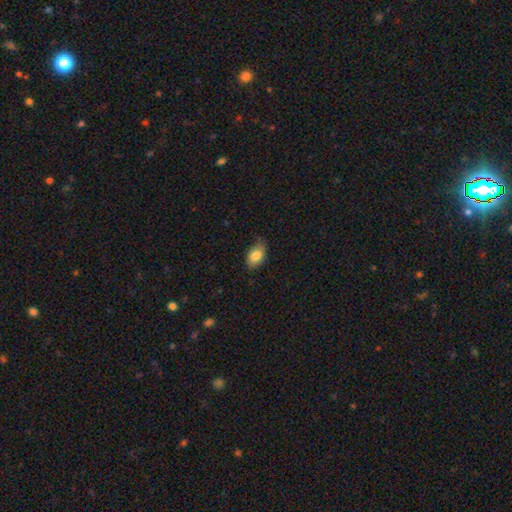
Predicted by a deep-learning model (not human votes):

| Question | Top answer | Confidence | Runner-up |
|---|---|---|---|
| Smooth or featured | smooth | 84% | featured or disk (8%) |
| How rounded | in between | 89% | round (9%) |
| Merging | none | 74% | minor disturbance (22%) |